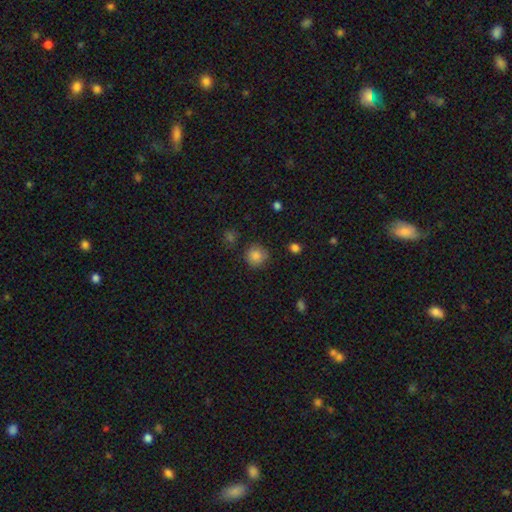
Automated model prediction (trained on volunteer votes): This is clearly a smooth galaxy (86%). How rounded: clearly round (92%). Merging: clearly none (85%).